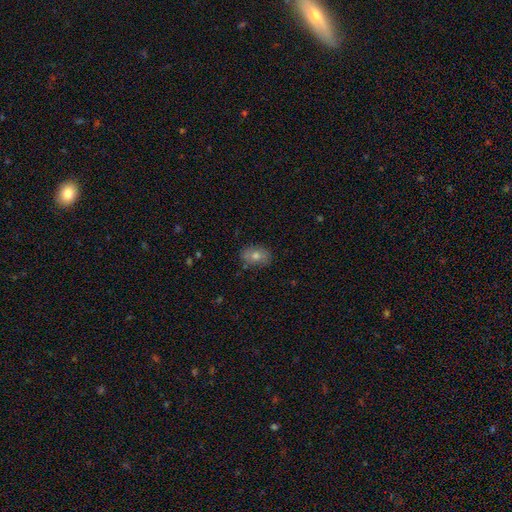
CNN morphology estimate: The model was most divided on "how rounded": in between: 70%, round: 29%, cigar-shaped: 1%. More confident: merging — none (79%); smooth or featured — smooth (66%).